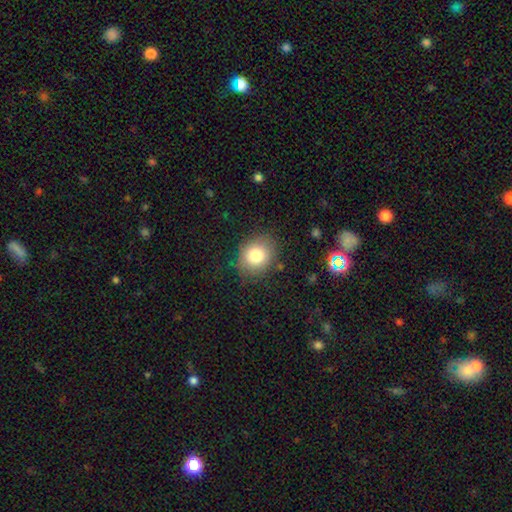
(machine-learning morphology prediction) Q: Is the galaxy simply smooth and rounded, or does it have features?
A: smooth — 79%.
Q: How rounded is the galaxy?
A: round — 65%.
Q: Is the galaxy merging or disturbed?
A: none — 80%.